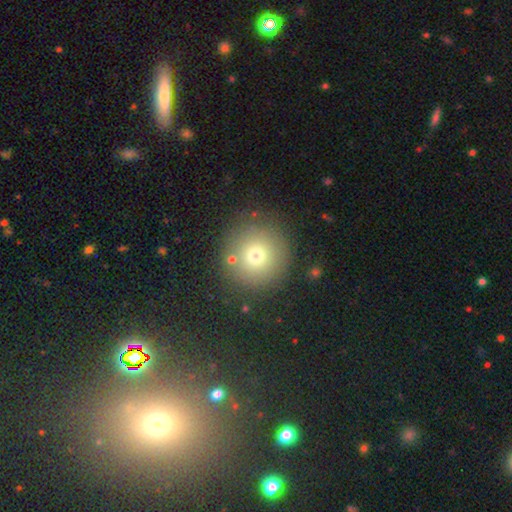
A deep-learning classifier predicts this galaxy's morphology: smooth_or_featured: smooth (p=0.72) [alt: star or artifact p=0.16]
how_rounded: round (p=0.95) [alt: in between p=0.04]
merging: none (p=0.85) [alt: minor disturbance p=0.08]